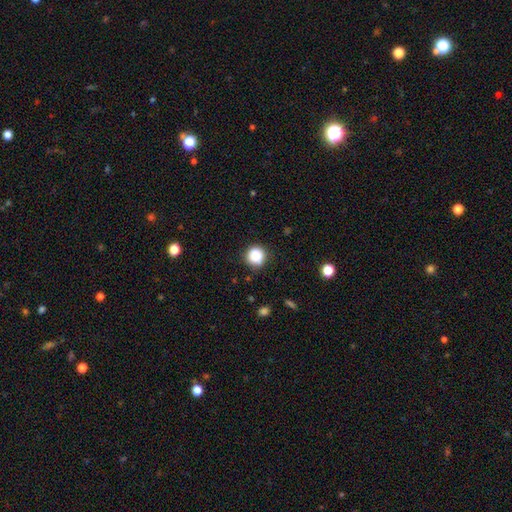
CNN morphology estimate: Smooth or featured? Predicted: smooth (p=0.87). How rounded? Predicted: round (p=0.92). Merging? Predicted: none (p=0.86).